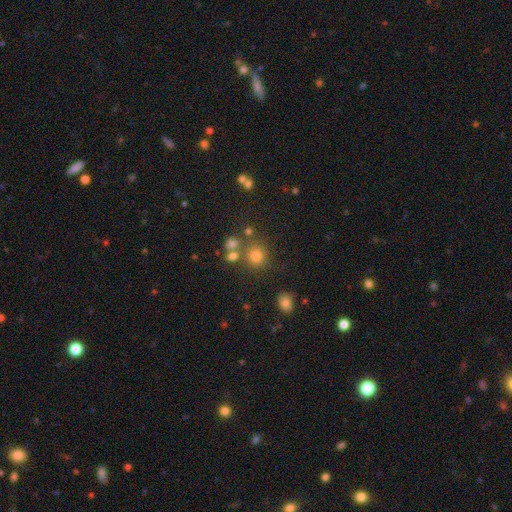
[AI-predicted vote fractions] Smooth or featured? smooth (71%)
How rounded? round (88%)
Merging? none (70%)